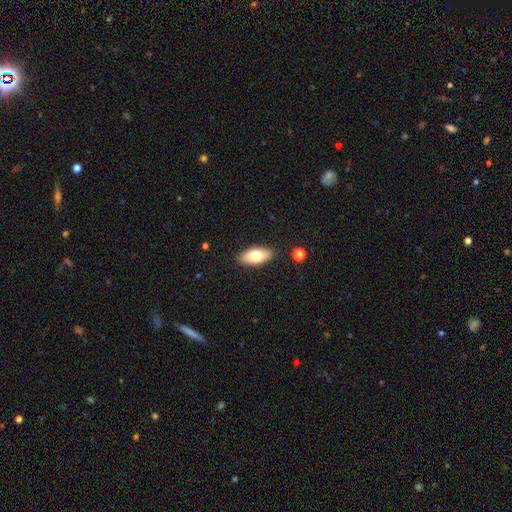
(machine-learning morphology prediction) A smooth galaxy with no disk features (72%) that is in between round and cigar-shaped (88%).

Vote fractions:
- Smooth or featured? smooth: 72% / featured or disk: 21% / star or artifact: 7%
- How rounded? in between: 88% / cigar-shaped: 9% / round: 3%
- Merging? none: 88% / minor disturbance: 8% / major disturbance: 2% / merger: 1%